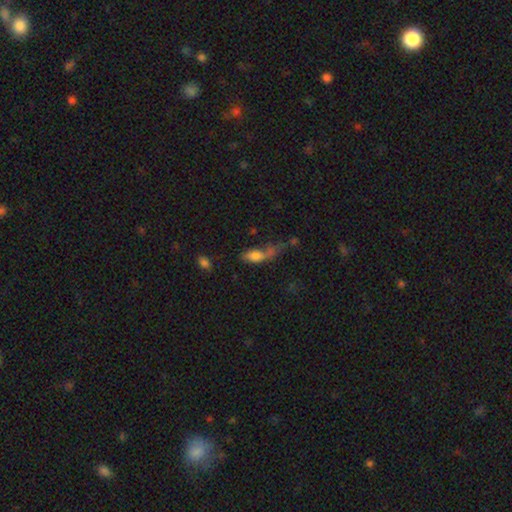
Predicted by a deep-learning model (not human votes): Q: Smooth or featured?
A: smooth (70%); runner-up: featured or disk (20%)
Q: How rounded?
A: in between (73%); runner-up: cigar-shaped (20%)
Q: Merging?
A: major disturbance (34%); runner-up: none (27%)